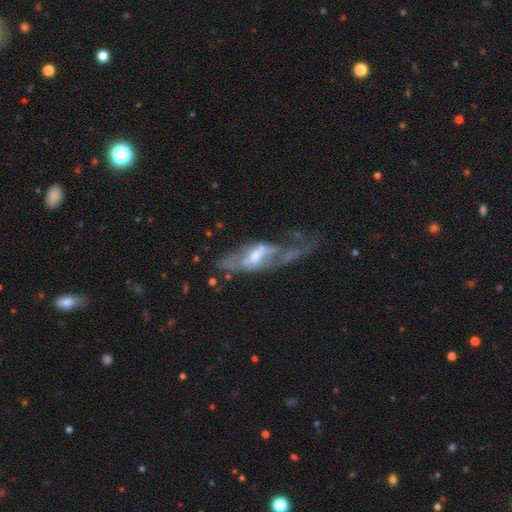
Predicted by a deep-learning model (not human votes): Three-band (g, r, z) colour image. It shows a featured or disk galaxy (70%) with no bar (41%), spiral arms (53%) and a moderate central bulge (54%). Merging: major disturbance (40%).